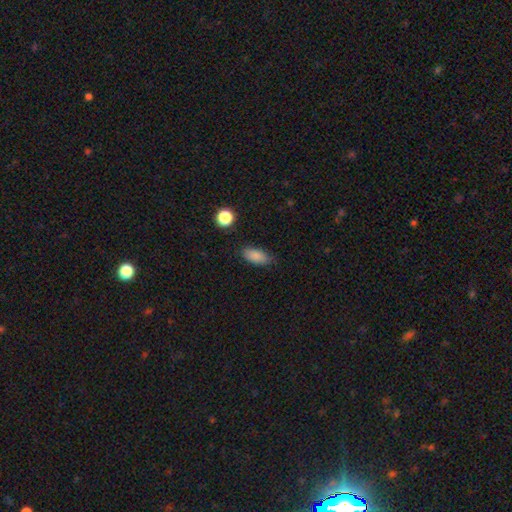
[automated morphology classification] Smooth or featured? smooth (86%)
How rounded? in between (87%)
Merging? none (80%)